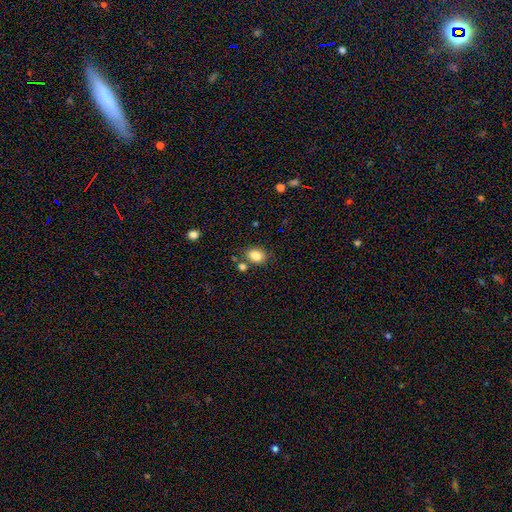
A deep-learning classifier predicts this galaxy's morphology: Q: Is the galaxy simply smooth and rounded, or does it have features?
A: smooth — 85%.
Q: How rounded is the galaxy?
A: in between — 74%.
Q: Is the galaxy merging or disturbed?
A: none — 74%.